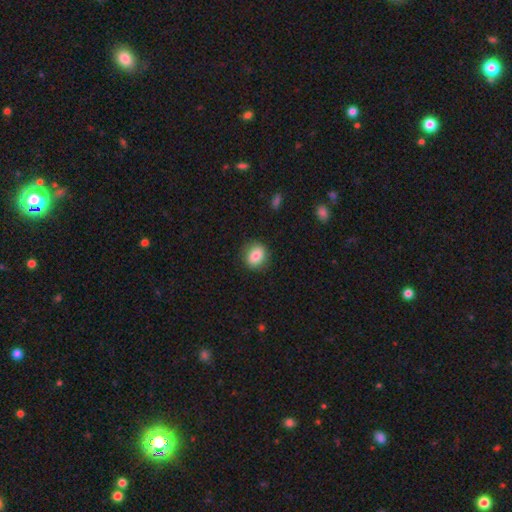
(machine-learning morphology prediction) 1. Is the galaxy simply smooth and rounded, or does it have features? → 79% smooth, 12% featured or disk, 9% star or artifact.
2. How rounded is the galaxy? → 66% round, 33% in between, 1% cigar-shaped.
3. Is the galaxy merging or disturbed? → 85% none, 11% minor disturbance, 3% major disturbance, 1% merger.